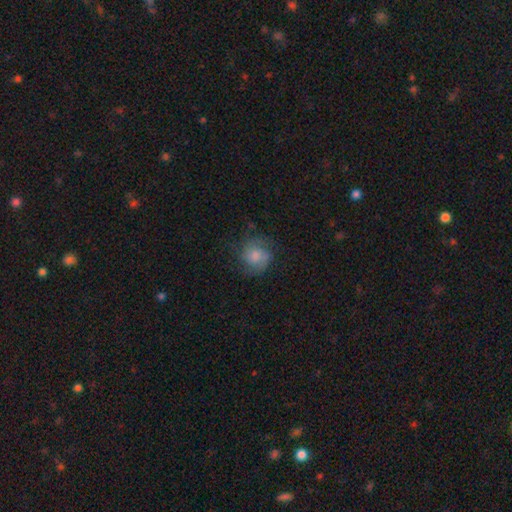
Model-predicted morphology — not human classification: smooth_or_featured: smooth (p=0.51) [alt: featured or disk p=0.40]
how_rounded: round (p=0.82) [alt: in between p=0.17]
merging: none (p=0.64) [alt: minor disturbance p=0.22]